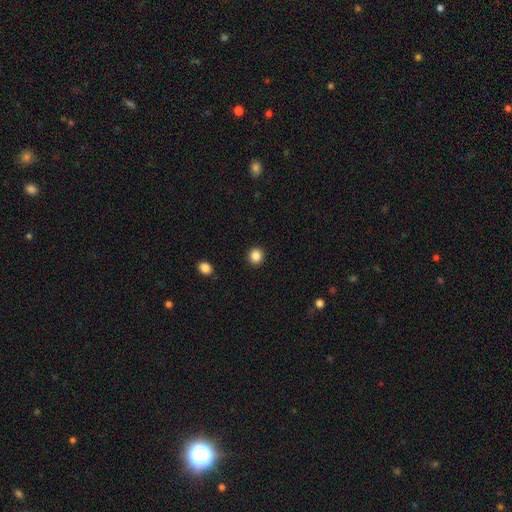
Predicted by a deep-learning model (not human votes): smooth_or_featured: smooth (p=0.86) [alt: star or artifact p=0.11]
how_rounded: round (p=0.89) [alt: in between p=0.10]
merging: none (p=0.92) [alt: minor disturbance p=0.05]